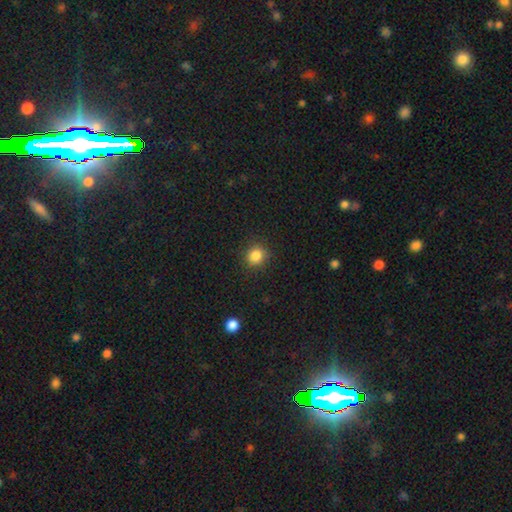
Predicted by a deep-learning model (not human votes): Overall: smooth (85%). How rounded: round (83%). Merging: none (86%).